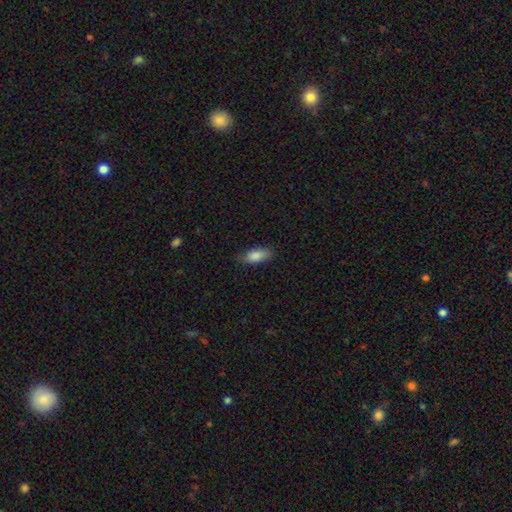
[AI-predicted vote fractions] Smooth or featured? Predicted: smooth (p=0.85). How rounded? Predicted: in between (p=0.81). Merging? Predicted: none (p=0.78).